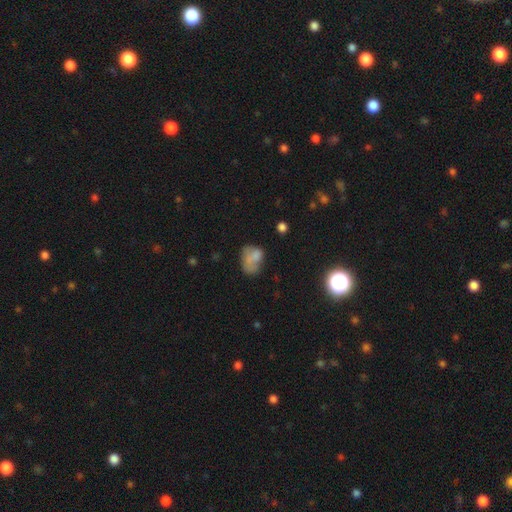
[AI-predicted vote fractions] Q: Smooth or featured?
A: smooth (46%); runner-up: star or artifact (31%)
Q: Merging?
A: none (56%); runner-up: minor disturbance (22%)